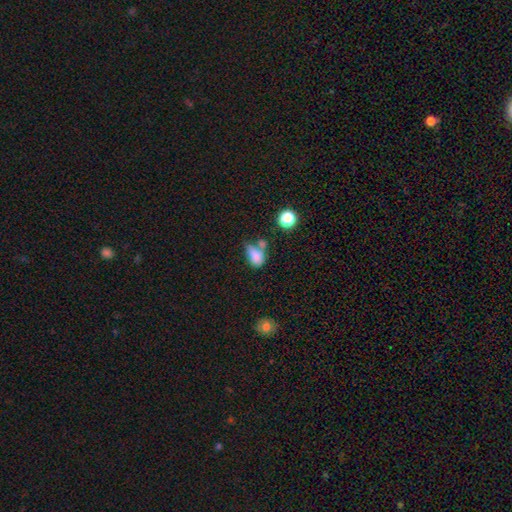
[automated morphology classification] smooth 76%, featured or disk 13%, star or artifact 12%. Down the decision tree: how rounded — in between (83%); merging — merger (33%).